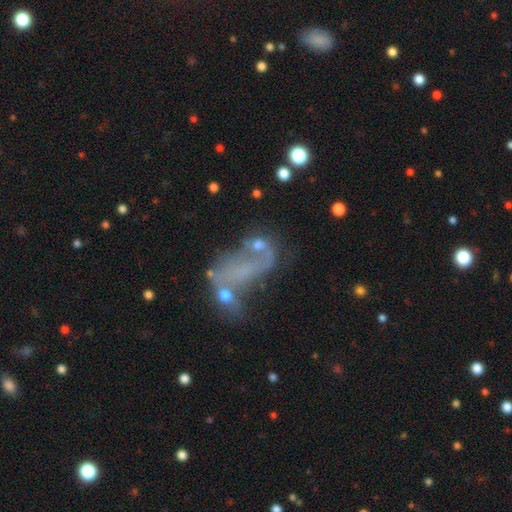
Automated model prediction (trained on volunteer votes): Overall: featured or disk (47%; smooth 33%). Merging: merger (35%; major disturbance 31%).